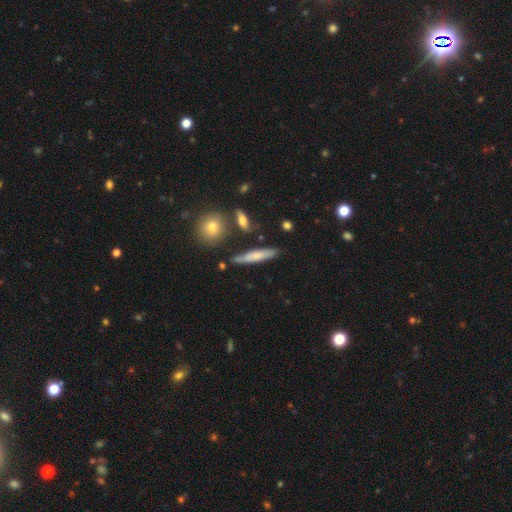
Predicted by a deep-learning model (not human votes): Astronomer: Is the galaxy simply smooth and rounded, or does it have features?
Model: smooth — 60%.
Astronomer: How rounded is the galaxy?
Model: cigar-shaped — 82%.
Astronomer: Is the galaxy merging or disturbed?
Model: none — 72%.